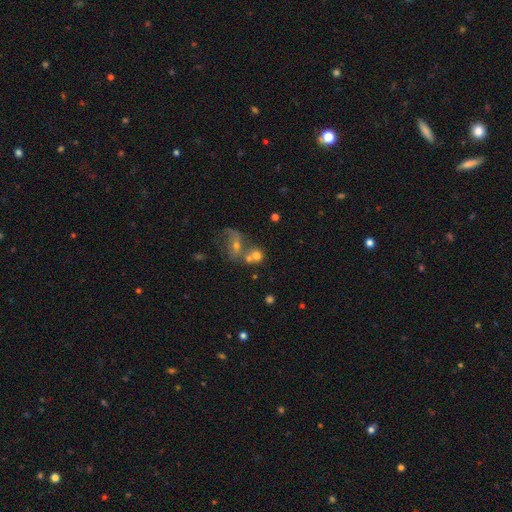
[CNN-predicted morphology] A smooth galaxy with no disk features (61%) that is round (71%). Merging: merger (51%).